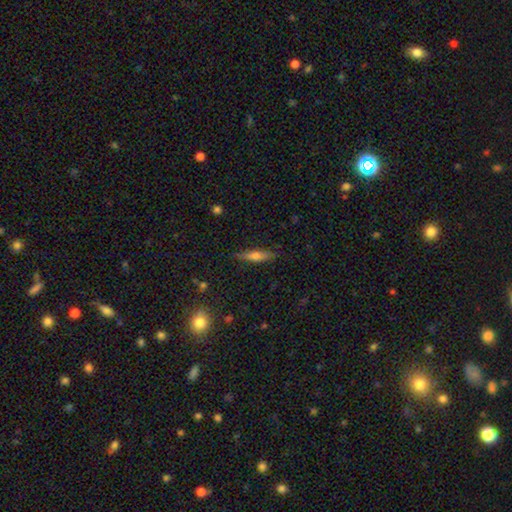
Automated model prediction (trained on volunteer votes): Smooth or featured? smooth (57%)
How rounded? cigar-shaped (76%)
Merging? none (84%)